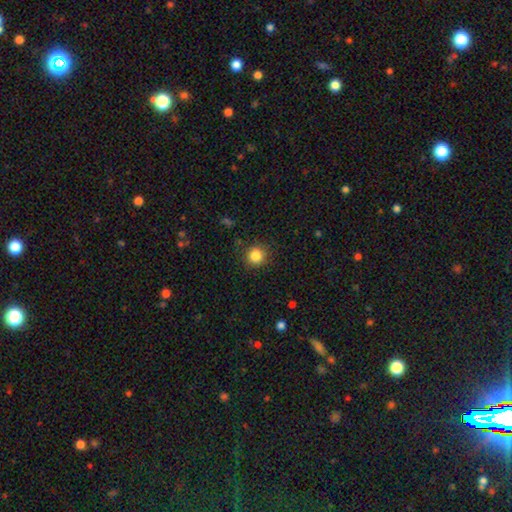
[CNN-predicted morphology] Smooth or featured? smooth (84%)
How rounded? round (92%)
Merging? none (87%)